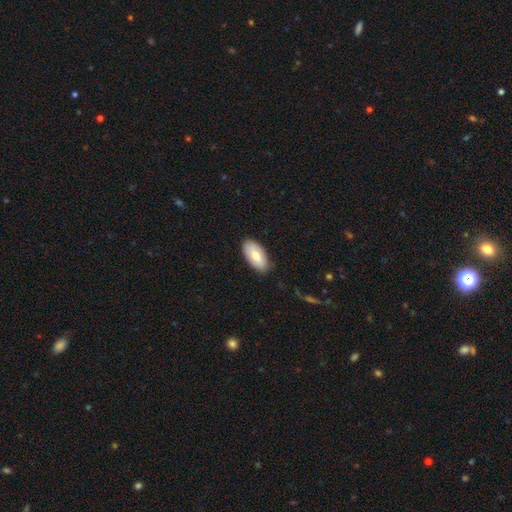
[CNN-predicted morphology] Overall: smooth (74%). How rounded: in between (94%). Merging: none (85%).